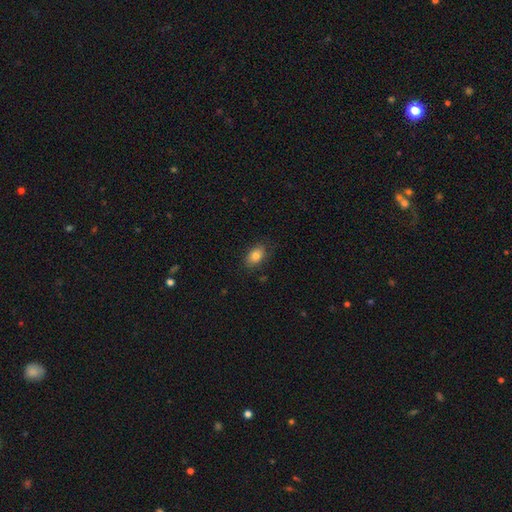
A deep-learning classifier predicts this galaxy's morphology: smooth_or_featured: smooth (p=0.82) [alt: featured or disk p=0.10]
how_rounded: in between (p=0.86) [alt: round p=0.12]
merging: none (p=0.81) [alt: minor disturbance p=0.15]